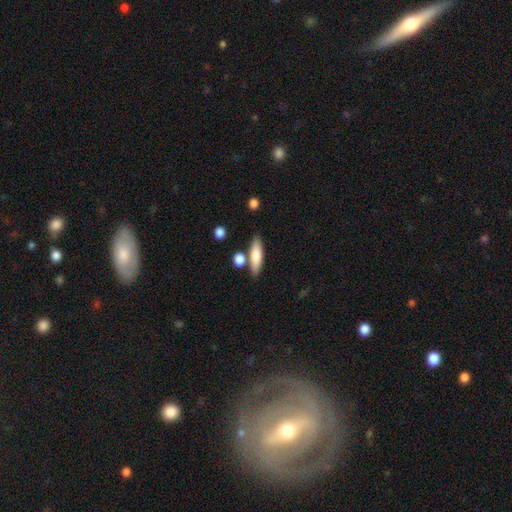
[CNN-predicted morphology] A smooth galaxy with no disk features (76%) that is cigar-shaped (58%). Merging: none (74%).